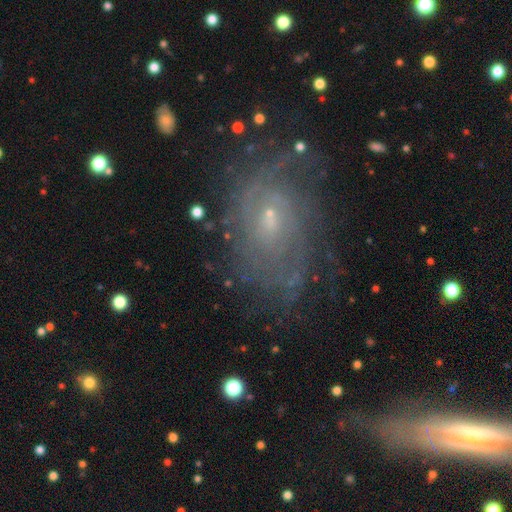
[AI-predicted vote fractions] The model was most divided on "bar": no: 53%, weak: 40%, strong: 7%. Remaining: edge-on disk — no (96%); spiral arms — yes (91%); smooth or featured — featured or disk (79%); bulge size — small (73%); merging — none (71%); spiral winding — tight (61%); spiral arm count — can't tell (50%).